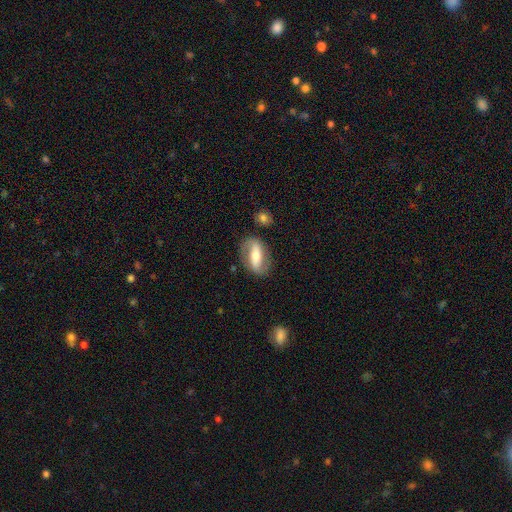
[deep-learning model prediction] Overall: featured or disk (62%; smooth 31%). Edge-on disk: no (86%). Bar: strong (60%; weak 24%). Spiral arms: yes (70%). Bulge size: moderate (61%; small 24%). Merging: none (78%).